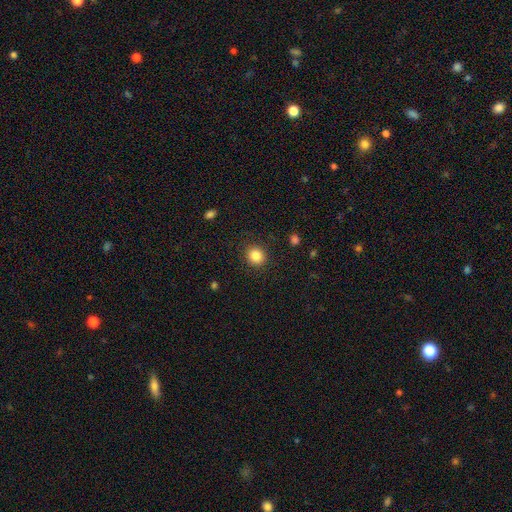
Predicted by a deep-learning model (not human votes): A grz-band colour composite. It shows a smooth galaxy with no disk features (85%) that is round (85%). Merging: none (90%).